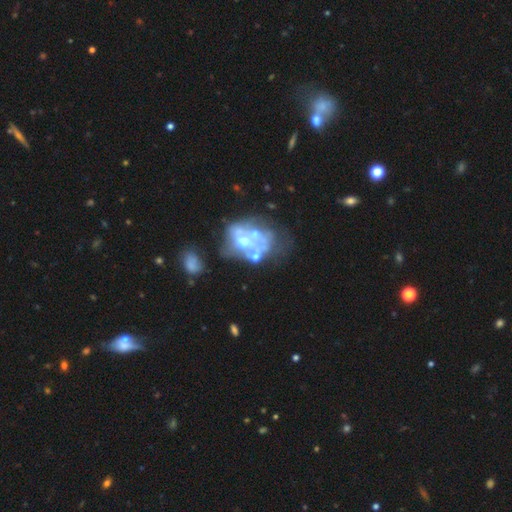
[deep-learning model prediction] featured or disk 68%, smooth 20%, star or artifact 12%. Down the decision tree: edge-on disk — no (98%); bar — no (89%); spiral arms — no (89%); bulge size — moderate (50%); merging — merger (32%).